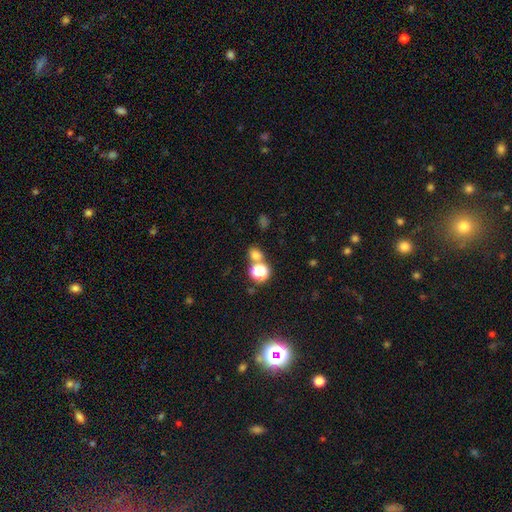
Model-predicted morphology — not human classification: A smooth galaxy with no disk features (70%) that is round (67%). Merging: none (59%).